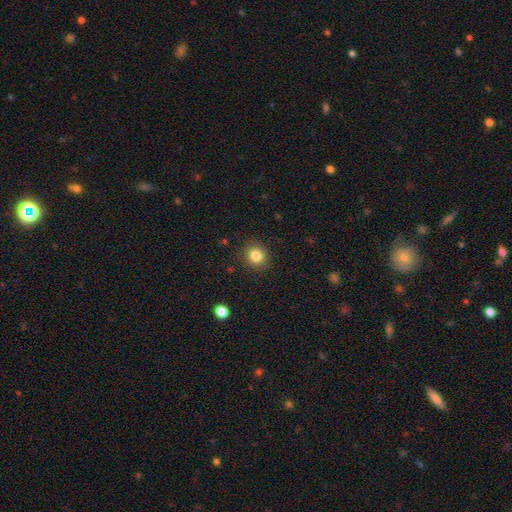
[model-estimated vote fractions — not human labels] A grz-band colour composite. It shows a smooth galaxy with no disk features (83%) that is round (84%). Merging: none (89%).